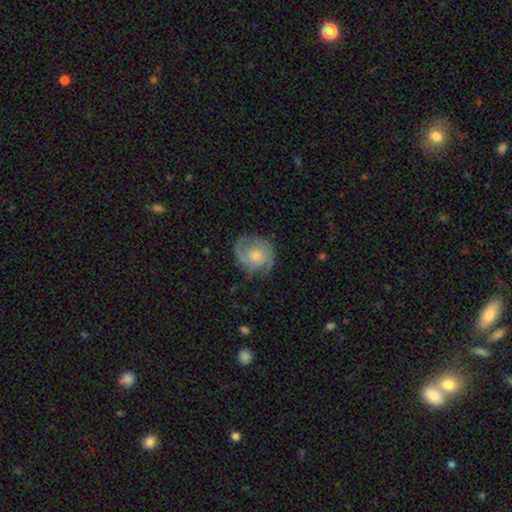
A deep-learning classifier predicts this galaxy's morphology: Smooth or featured: featured or disk — 75% (smooth — 19%)
Edge-on disk: no — 97% (yes — 3%)
Bar: no — 76% (weak — 21%)
Spiral arms: yes — 91% (no — 9%)
Spiral winding: tight — 51% (medium — 37%)
Spiral arm count: 2 — 63% (can't tell — 17%)
Bulge size: moderate — 52% (small — 41%)
Merging: none — 72% (minor disturbance — 19%)